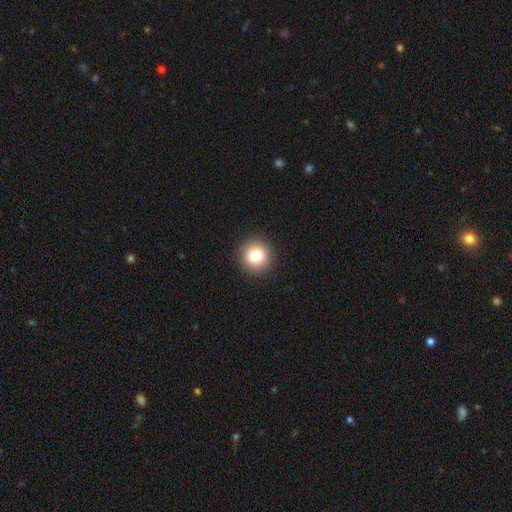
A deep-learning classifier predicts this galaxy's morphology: The model was most divided on "smooth or featured": smooth: 82%, star or artifact: 10%, featured or disk: 8%. More confident: how rounded — round (94%); merging — none (92%).